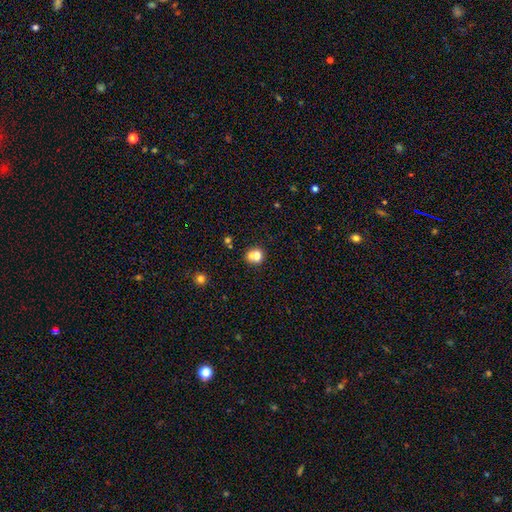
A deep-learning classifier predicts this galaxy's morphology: A smooth galaxy with no disk features (71%) that is round (74%).

Vote fractions:
- Smooth or featured? smooth: 71% / featured or disk: 18% / star or artifact: 12%
- How rounded? round: 74% / in between: 25% / cigar-shaped: 1%
- Merging? merger: 54% / none: 35% / minor disturbance: 8% / major disturbance: 3%